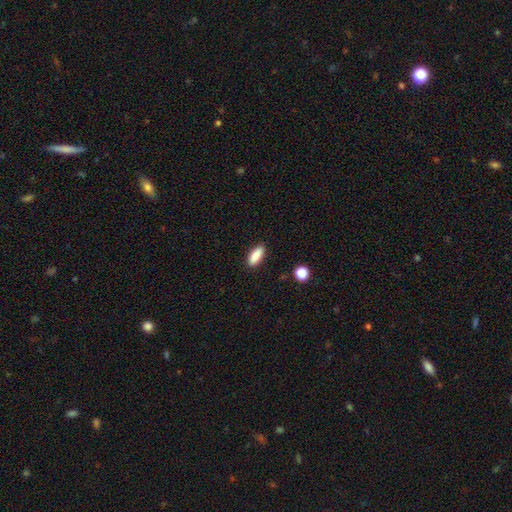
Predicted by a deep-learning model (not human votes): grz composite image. It shows a smooth galaxy with no disk features (85%) that is in between round and cigar-shaped (70%). Merging: none (88%).